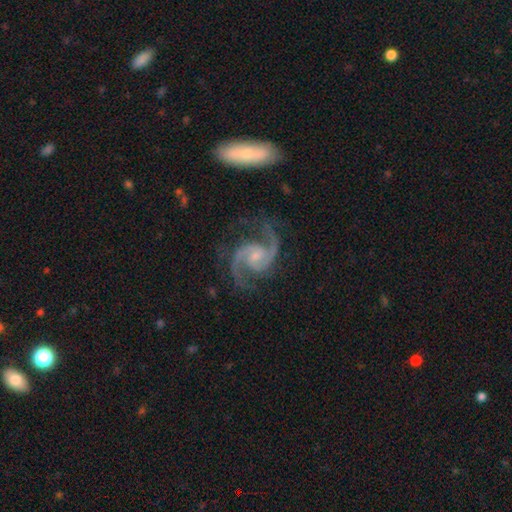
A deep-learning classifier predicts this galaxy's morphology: type=featured or disk (94%); edge-on=no (98%); bar=no (47%); spiral arms=yes (99%); winding=medium (67%); arm count=2 (92%); bulge=small (51%); merging=none (75%).